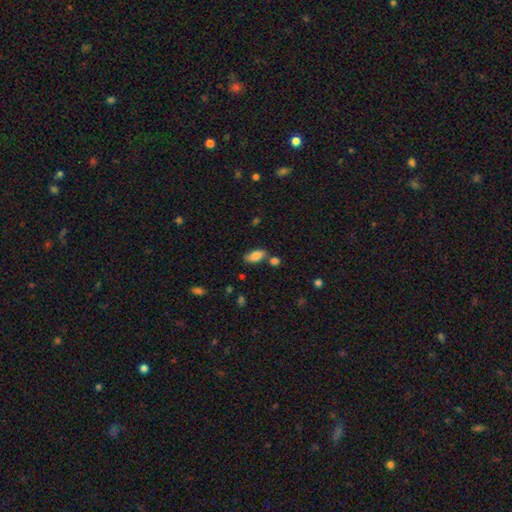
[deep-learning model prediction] This appears to be a smooth galaxy with no disk features (81%) that is in between round and cigar-shaped (89%). Merging: none (68%).